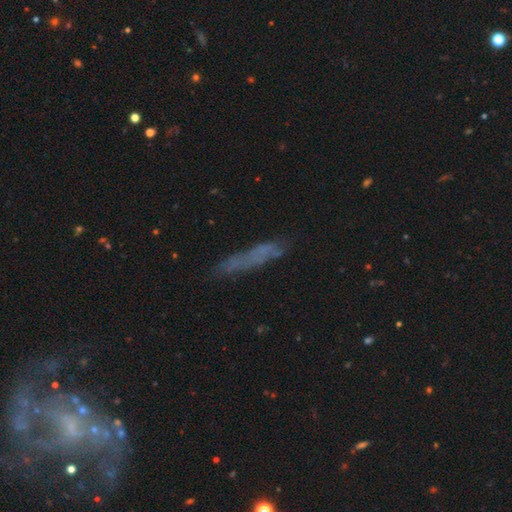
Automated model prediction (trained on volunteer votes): A smooth galaxy with no disk features (51%) that is cigar-shaped (87%). Merging: none (71%).